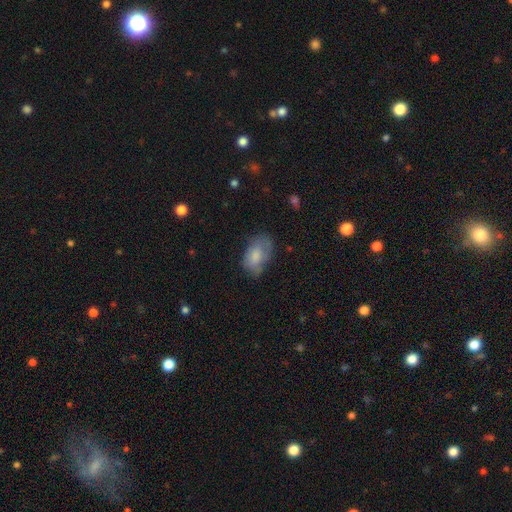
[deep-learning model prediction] Overall: smooth (73%). How rounded: in between (91%). Merging: none (56%; minor disturbance 30%).